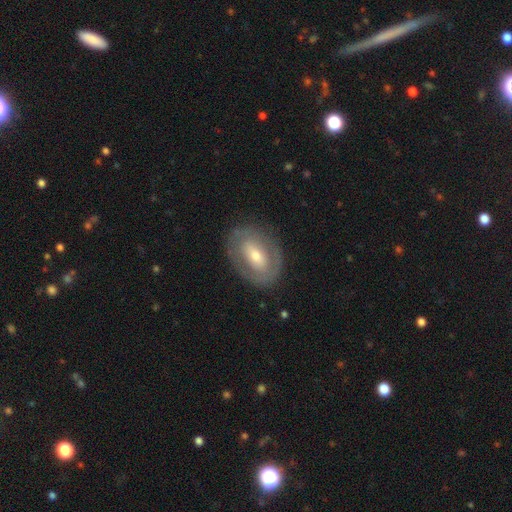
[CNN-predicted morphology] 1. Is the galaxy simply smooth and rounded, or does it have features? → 58% featured or disk, 36% smooth, 6% star or artifact.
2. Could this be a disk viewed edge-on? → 91% no, 9% yes.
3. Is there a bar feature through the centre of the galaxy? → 37% no, 34% weak, 29% strong.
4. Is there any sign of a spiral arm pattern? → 67% no, 33% yes.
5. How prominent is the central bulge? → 54% moderate, 38% small, 6% large, 1% none, 1% dominant.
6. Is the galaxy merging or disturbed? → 81% none, 12% minor disturbance, 6% major disturbance, 1% merger.